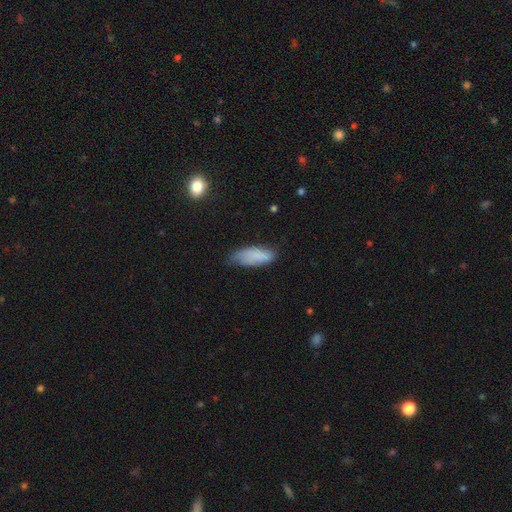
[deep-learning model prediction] smooth 81%, featured or disk 12%, star or artifact 7%. Down the decision tree: how rounded — in between (70%); merging — none (51%).